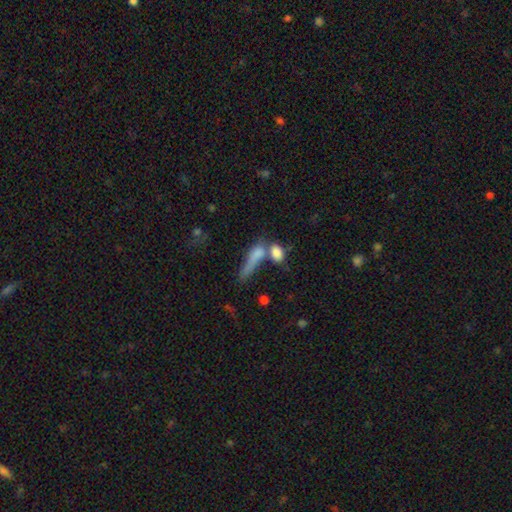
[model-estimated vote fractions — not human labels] Q: Smooth or featured?
A: smooth (72%); runner-up: featured or disk (18%)
Q: How rounded?
A: cigar-shaped (45%); runner-up: in between (43%)
Q: Merging?
A: merger (45%); runner-up: none (27%)